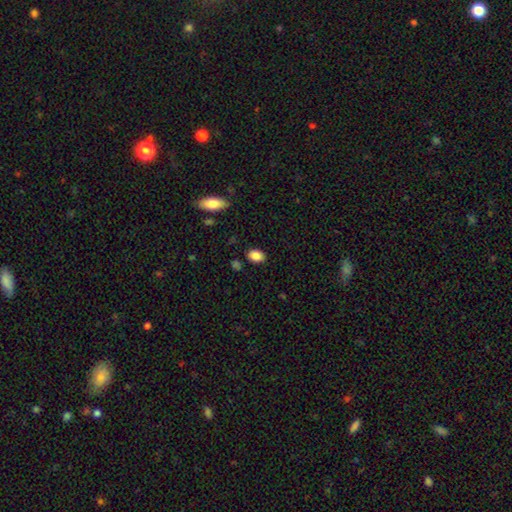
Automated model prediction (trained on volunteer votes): smooth_or_featured: smooth (p=0.87) [alt: star or artifact p=0.08]
how_rounded: in between (p=0.78) [alt: round p=0.21]
merging: none (p=0.85) [alt: minor disturbance p=0.10]